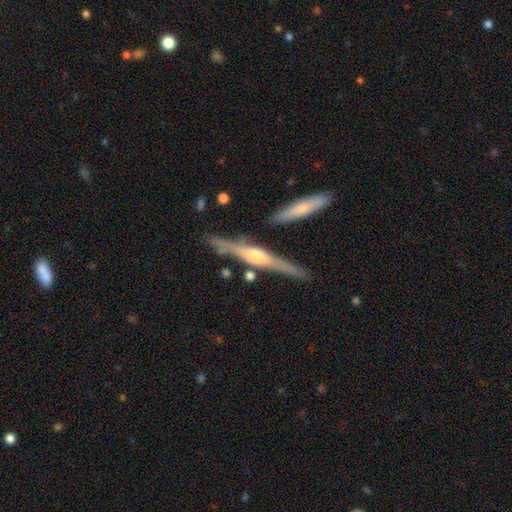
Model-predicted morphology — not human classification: The model was most divided on "smooth or featured": featured or disk: 77%, smooth: 18%, star or artifact: 5%. More confident: edge-on disk — yes (97%); merging — none (81%); edge-on bulge — rounded (79%).